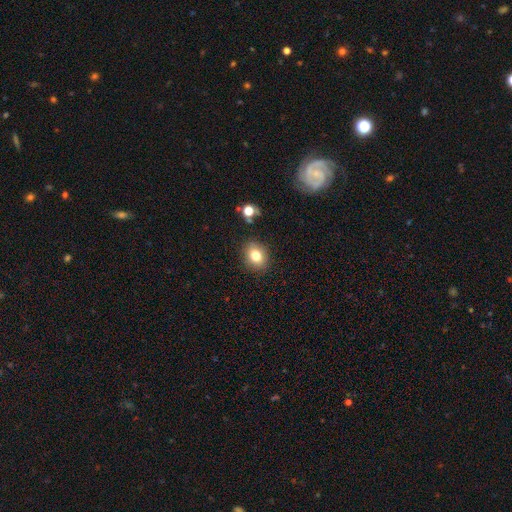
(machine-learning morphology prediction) type=smooth (78%); roundness=round (56%); merging=none (84%).